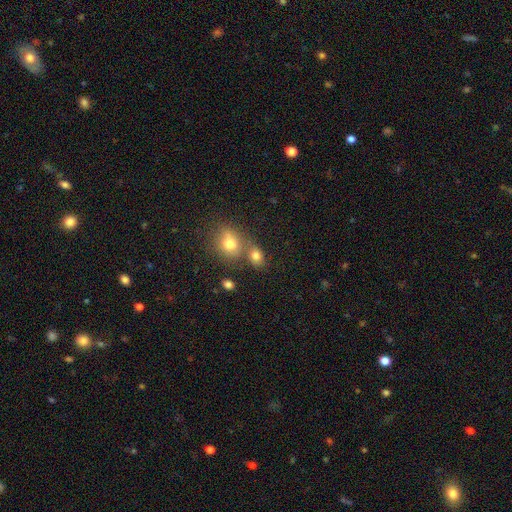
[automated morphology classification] smooth_or_featured: smooth (p=0.78) [alt: star or artifact p=0.13]
how_rounded: in between (p=0.57) [alt: round p=0.41]
merging: none (p=0.50) [alt: merger p=0.34]